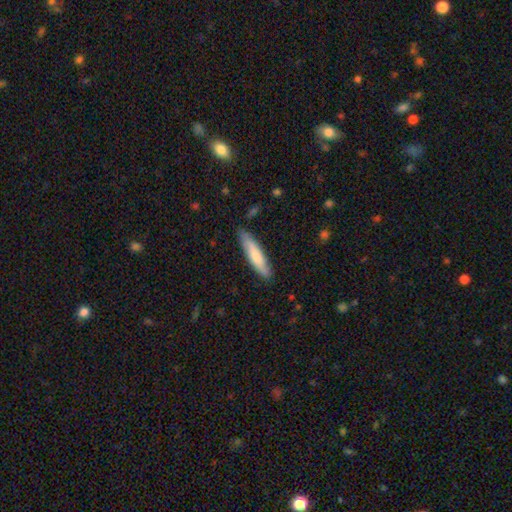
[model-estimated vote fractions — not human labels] Smooth or featured? Predicted: smooth (p=0.70). How rounded? Predicted: cigar-shaped (p=0.81). Merging? Predicted: none (p=0.85).